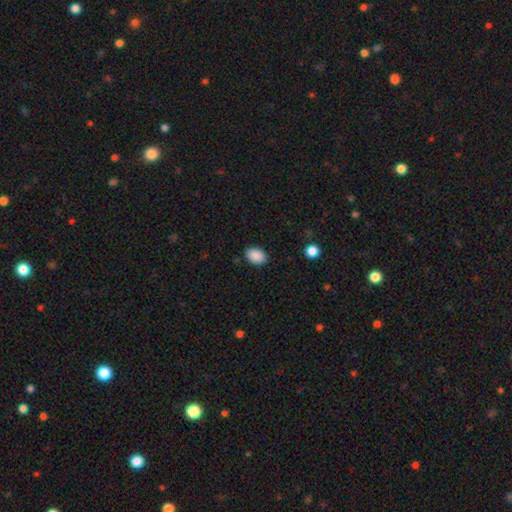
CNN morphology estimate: The model was most divided on "how rounded": in between: 85%, round: 14%, cigar-shaped: 1%. More confident: smooth or featured — smooth (89%); merging — none (87%).